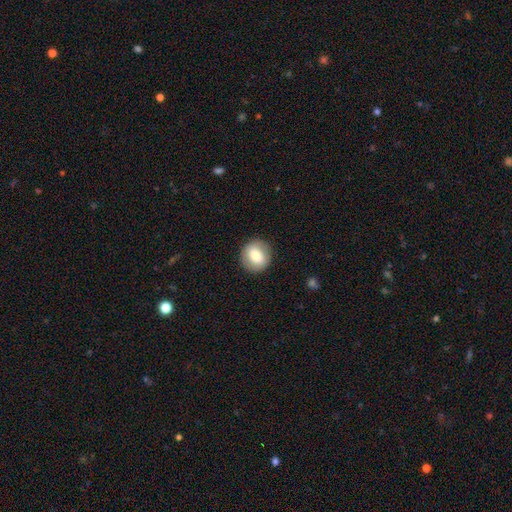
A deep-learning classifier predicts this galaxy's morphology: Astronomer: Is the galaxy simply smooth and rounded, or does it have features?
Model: smooth — 73%.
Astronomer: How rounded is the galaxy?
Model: round — 87%.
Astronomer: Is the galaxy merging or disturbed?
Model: none — 89%.